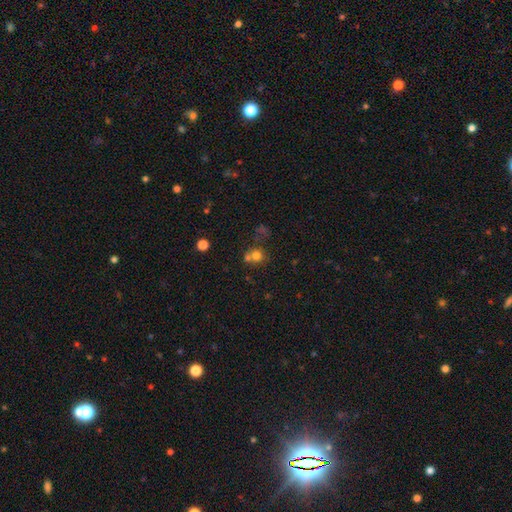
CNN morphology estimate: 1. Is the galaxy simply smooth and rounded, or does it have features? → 71% smooth, 16% star or artifact, 12% featured or disk.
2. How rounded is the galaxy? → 84% round, 15% in between, 1% cigar-shaped.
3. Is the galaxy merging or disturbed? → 46% none, 39% merger, 9% minor disturbance, 5% major disturbance.